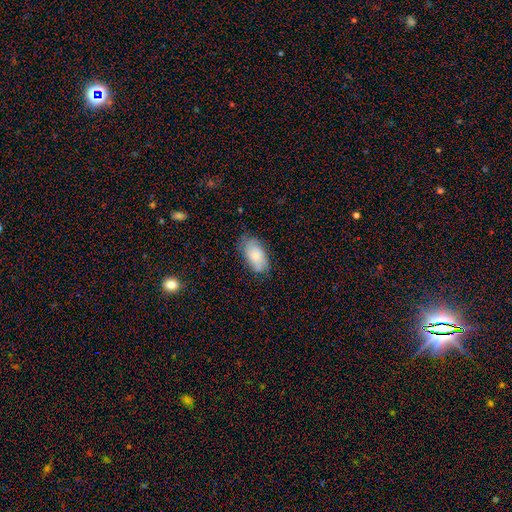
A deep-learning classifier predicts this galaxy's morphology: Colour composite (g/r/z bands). It shows a smooth galaxy with no disk features (72%) that is in between round and cigar-shaped (94%). Merging: none (67%).